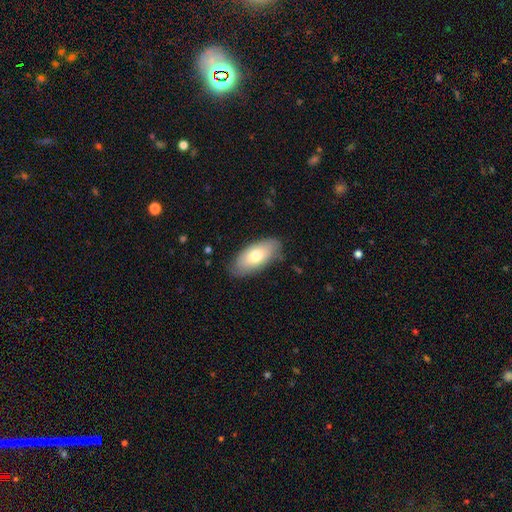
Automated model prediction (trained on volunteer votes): Smooth or featured?
  - smooth: 71% *
  - featured or disk: 23%
  - star or artifact: 6%
How rounded?
  - in between: 91% *
  - cigar-shaped: 6%
  - round: 3%
Merging?
  - none: 79% *
  - minor disturbance: 16%
  - major disturbance: 3%
  - merger: 1%